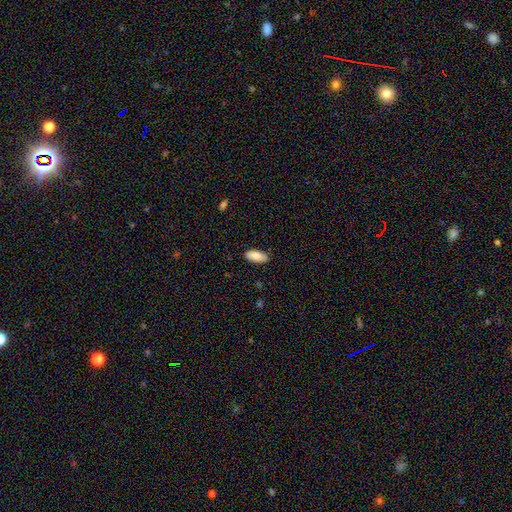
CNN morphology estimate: Smooth or featured?
  - smooth: 86% *
  - featured or disk: 7%
  - star or artifact: 6%
How rounded?
  - in between: 84% *
  - cigar-shaped: 14%
  - round: 2%
Merging?
  - none: 85% *
  - minor disturbance: 11%
  - major disturbance: 2%
  - merger: 1%